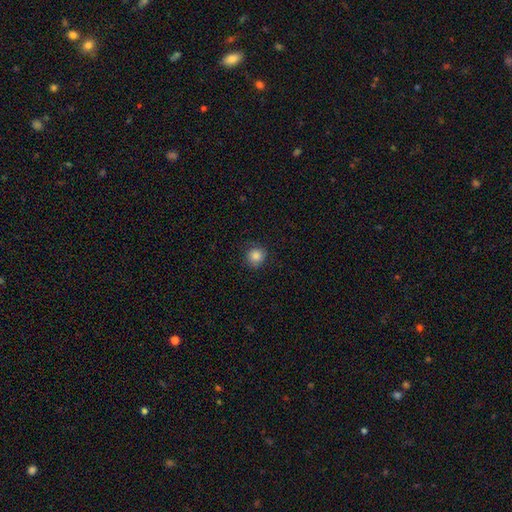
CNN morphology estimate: smooth 84%, star or artifact 11%, featured or disk 5%. Down the decision tree: how rounded — round (91%); merging — none (85%).